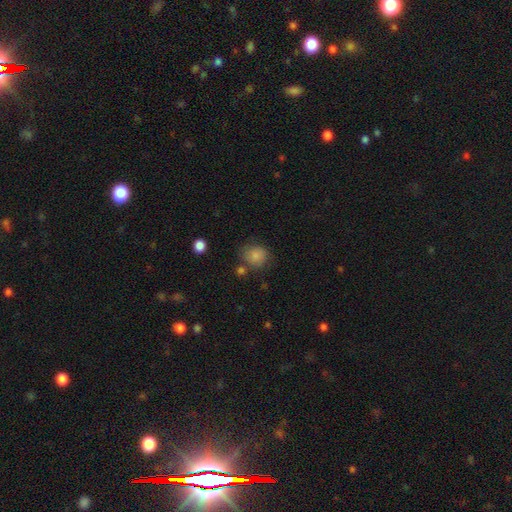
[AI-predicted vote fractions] A smooth galaxy with no disk features (84%) that is round (78%).

Vote fractions:
- Smooth or featured? smooth: 84% / star or artifact: 10% / featured or disk: 6%
- How rounded? round: 78% / in between: 21% / cigar-shaped: 1%
- Merging? none: 69% / minor disturbance: 18% / merger: 7% / major disturbance: 6%